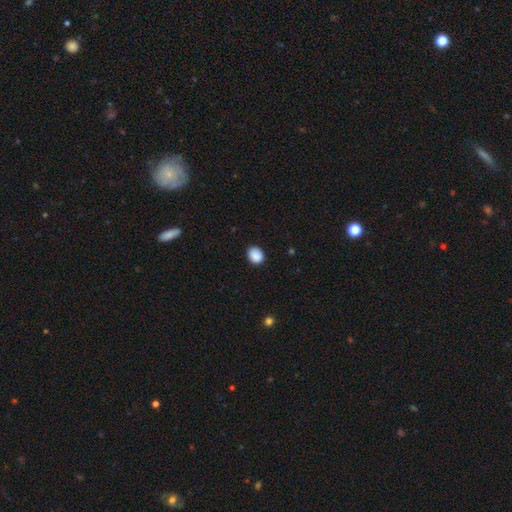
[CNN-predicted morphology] Overall: smooth (89%). How rounded: round (52%; in between 47%). Merging: none (86%).